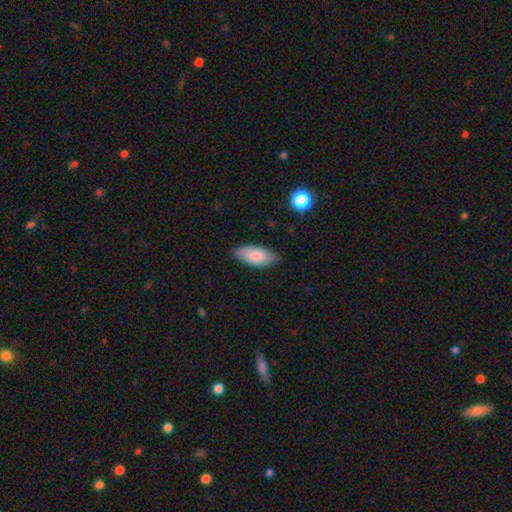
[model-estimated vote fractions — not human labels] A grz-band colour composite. It shows a smooth galaxy with no disk features (85%) that is in between round and cigar-shaped (88%). Merging: none (85%).